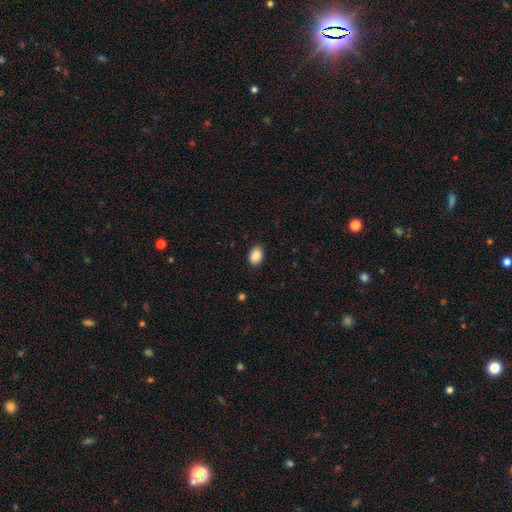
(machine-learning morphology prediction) Q: Smooth or featured?
A: smooth (88%); runner-up: star or artifact (8%)
Q: How rounded?
A: in between (83%); runner-up: round (16%)
Q: Merging?
A: none (86%); runner-up: minor disturbance (11%)